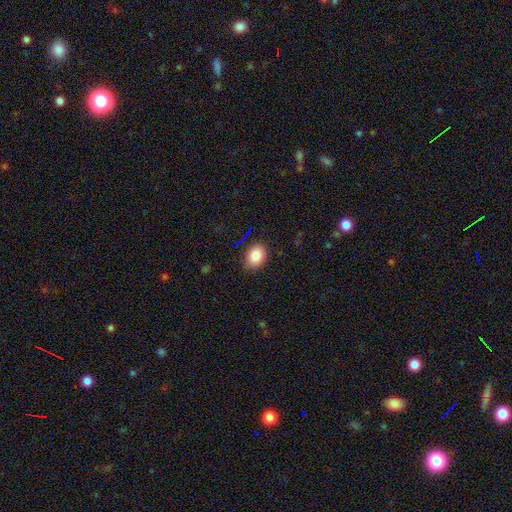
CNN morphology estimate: A smooth galaxy with no disk features (86%) that is in between round and cigar-shaped (57%).

Vote fractions:
- Smooth or featured? smooth: 86% / star or artifact: 9% / featured or disk: 5%
- How rounded? in between: 57% / round: 42% / cigar-shaped: 1%
- Merging? none: 86% / minor disturbance: 10% / major disturbance: 3% / merger: 1%